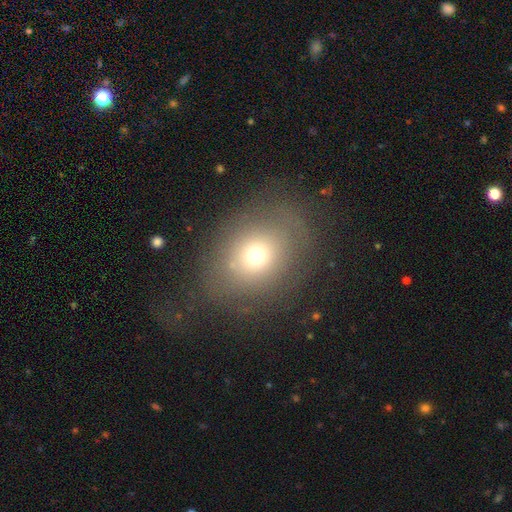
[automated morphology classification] smooth_or_featured: smooth (p=0.66) [alt: featured or disk p=0.17]
how_rounded: round (p=0.61) [alt: in between p=0.38]
merging: none (p=0.74) [alt: minor disturbance p=0.15]